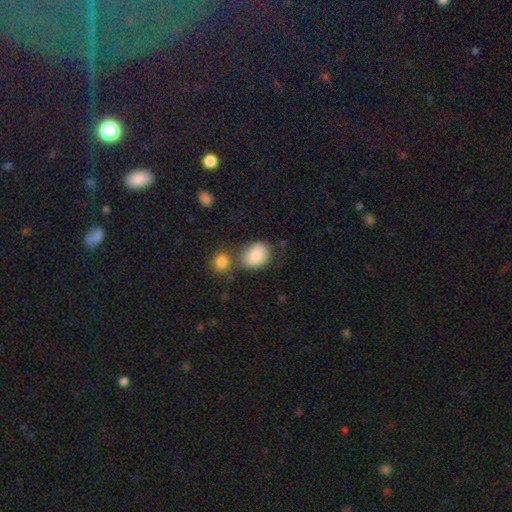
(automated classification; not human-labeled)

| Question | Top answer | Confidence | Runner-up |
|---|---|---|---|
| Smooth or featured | smooth | 82% | featured or disk (10%) |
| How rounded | in between | 64% | round (34%) |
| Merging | none | 51% | merger (22%) |